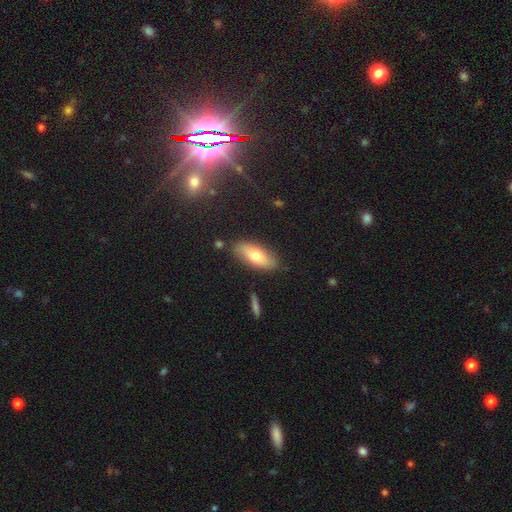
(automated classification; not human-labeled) smooth-or-featured: smooth: 69% | featured or disk: 25% | star or artifact: 6%
  how-rounded: in between: 79% | cigar-shaped: 18% | round: 3%
  merging: none: 83% | minor disturbance: 12% | merger: 3% | major disturbance: 3%